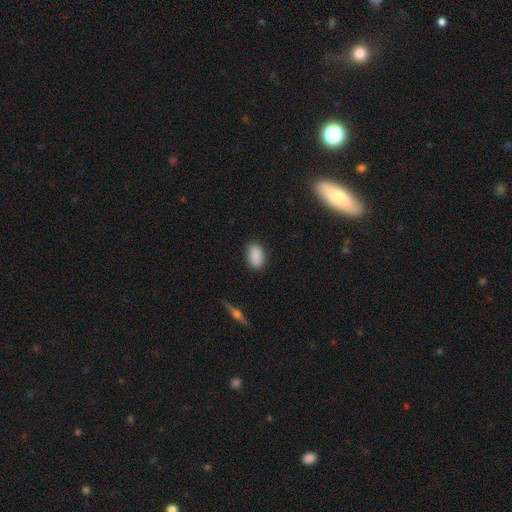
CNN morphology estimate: Smooth or featured? smooth (89%)
How rounded? in between (90%)
Merging? none (84%)